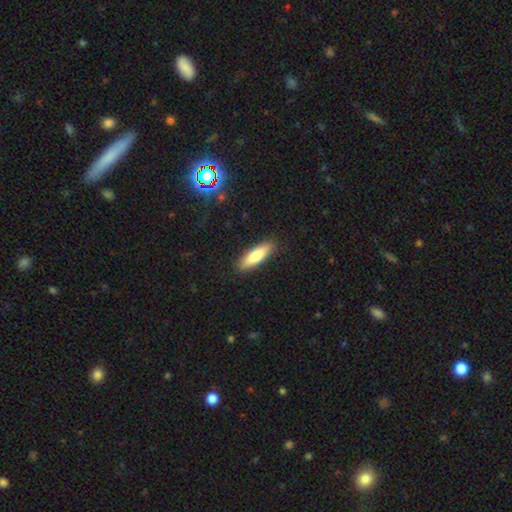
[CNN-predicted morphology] Smooth or featured? Predicted: smooth (p=0.82). How rounded? Predicted: cigar-shaped (p=0.53). Merging? Predicted: none (p=0.88).